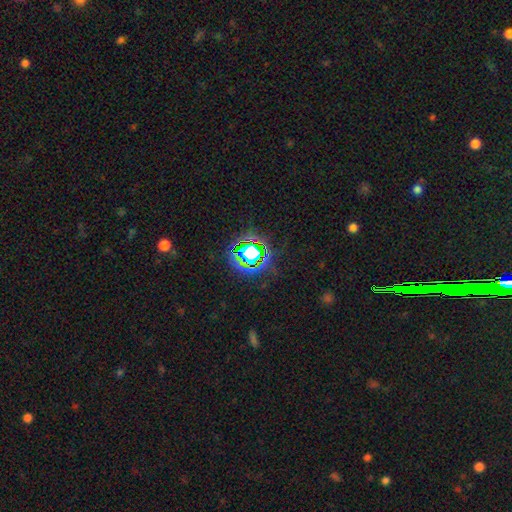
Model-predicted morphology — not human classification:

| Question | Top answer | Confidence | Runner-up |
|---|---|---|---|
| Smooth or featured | star or artifact | 75% | smooth (15%) |